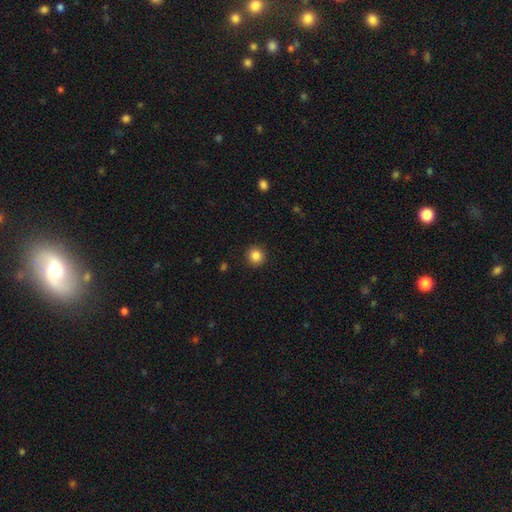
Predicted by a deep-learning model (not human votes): This is clearly a smooth galaxy (85%). How rounded: clearly round (94%). Merging: clearly none (92%).